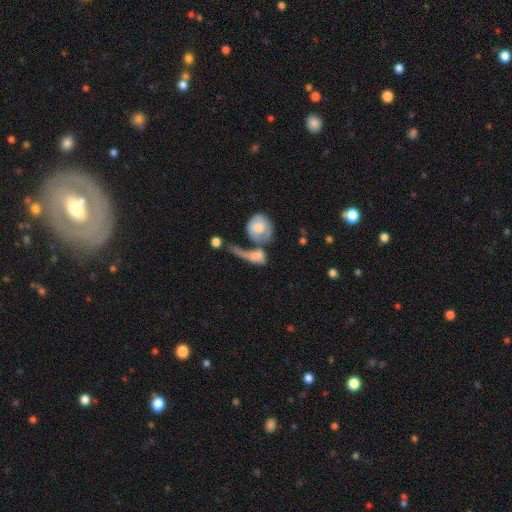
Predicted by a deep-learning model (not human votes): smooth 61%, featured or disk 31%, star or artifact 8%. Down the decision tree: how rounded — in between (50%); merging — merger (44%).